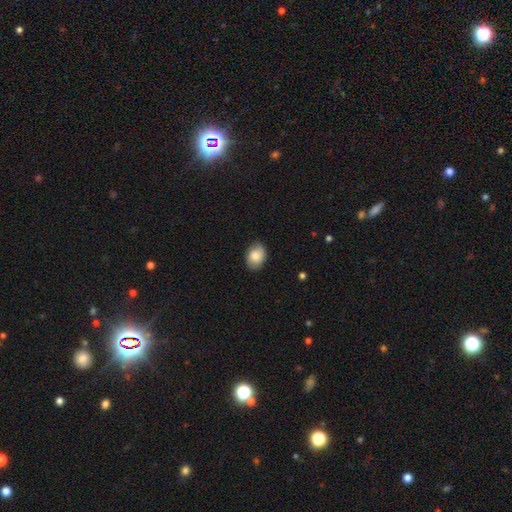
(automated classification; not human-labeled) smooth 85%, featured or disk 9%, star or artifact 7%. Down the decision tree: how rounded — in between (76%); merging — none (85%).